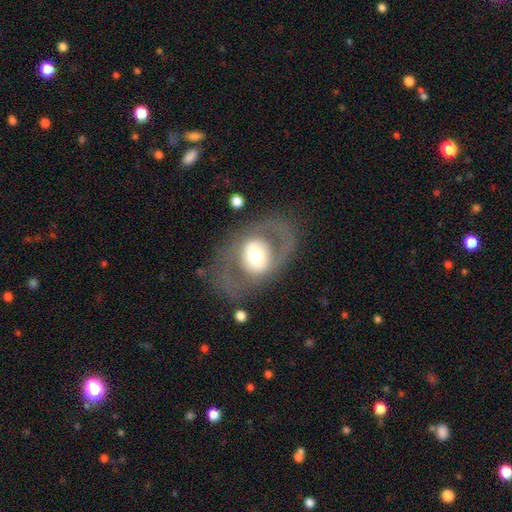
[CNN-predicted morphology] The model was most divided on "bulge size": moderate: 53%, large: 32%, dominant: 7%, small: 7%, none: 1%. More confident: edge-on disk — no (92%); spiral arms — no (77%); merging — none (69%); bar — no (63%); smooth or featured — featured or disk (57%).